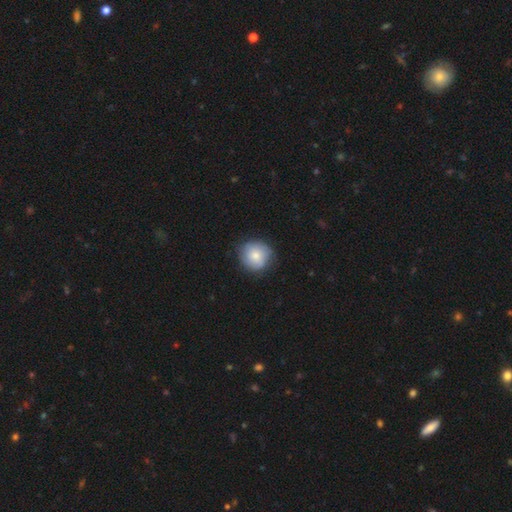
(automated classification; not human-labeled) The model was most divided on "smooth or featured": smooth: 73%, featured or disk: 20%, star or artifact: 7%. More confident: how rounded — round (88%); merging — none (79%).